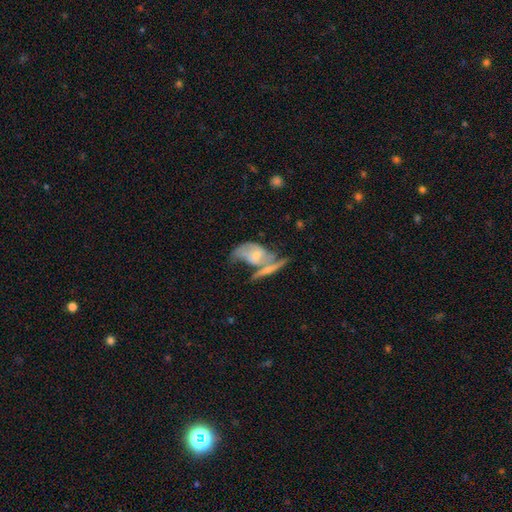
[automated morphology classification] A featured or disk galaxy (65%) with no bar (60%), spiral arms (74%) and a small central bulge (56%). Merging: merger (49%).